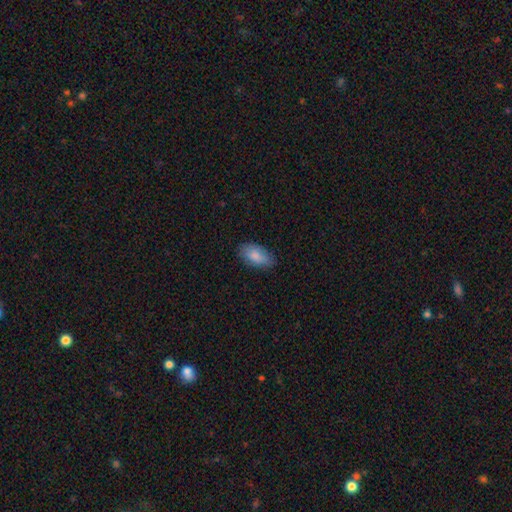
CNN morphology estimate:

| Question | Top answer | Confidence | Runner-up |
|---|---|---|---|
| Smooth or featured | smooth | 85% | featured or disk (9%) |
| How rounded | in between | 93% | cigar-shaped (5%) |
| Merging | none | 82% | minor disturbance (14%) |